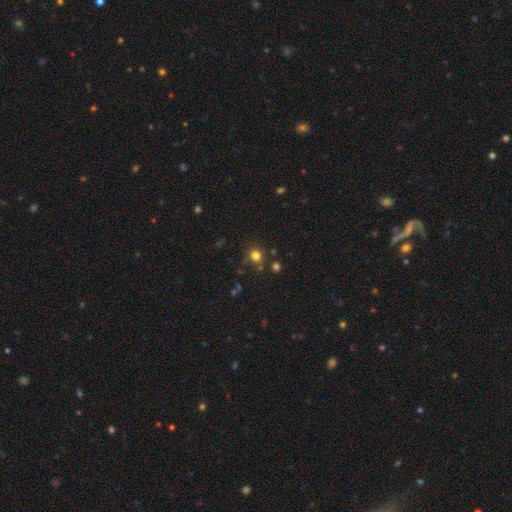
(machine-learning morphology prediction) This appears to be a smooth galaxy with no disk features (75%) that is round (83%). Merging: none (78%).